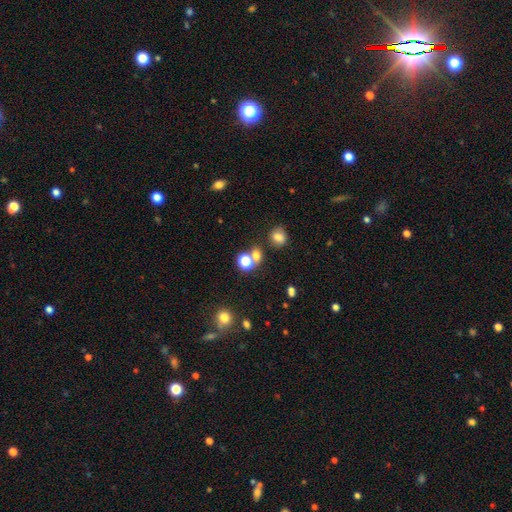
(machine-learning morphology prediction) smooth_or_featured: smooth (p=0.66) [alt: star or artifact p=0.25]
how_rounded: round (p=0.72) [alt: in between p=0.27]
merging: none (p=0.57) [alt: merger p=0.30]